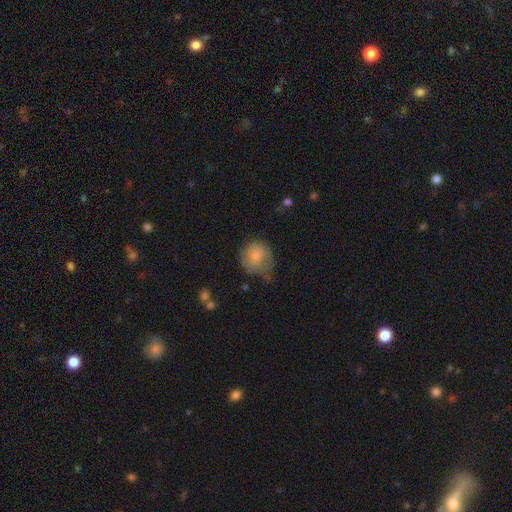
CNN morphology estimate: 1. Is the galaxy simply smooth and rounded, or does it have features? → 73% smooth, 20% featured or disk, 8% star or artifact.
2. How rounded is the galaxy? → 80% round, 19% in between, 1% cigar-shaped.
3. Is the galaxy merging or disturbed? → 47% none, 34% minor disturbance, 17% major disturbance, 2% merger.